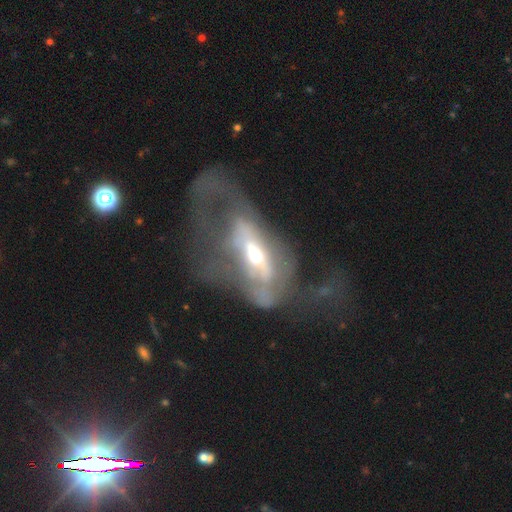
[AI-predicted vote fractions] Overall: featured or disk (70%). Edge-on disk: no (83%). Bar: no (47%; weak 28%). Spiral arms: no (65%; yes 35%). Bulge size: moderate (60%; small 27%). Merging: major disturbance (66%).